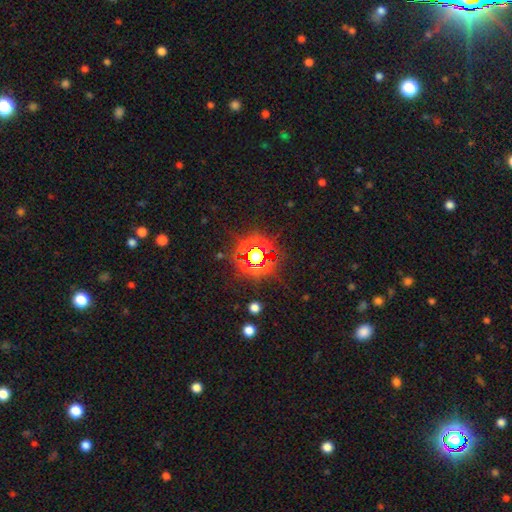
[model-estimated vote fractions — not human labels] Morphology: type=star or artifact (72%).